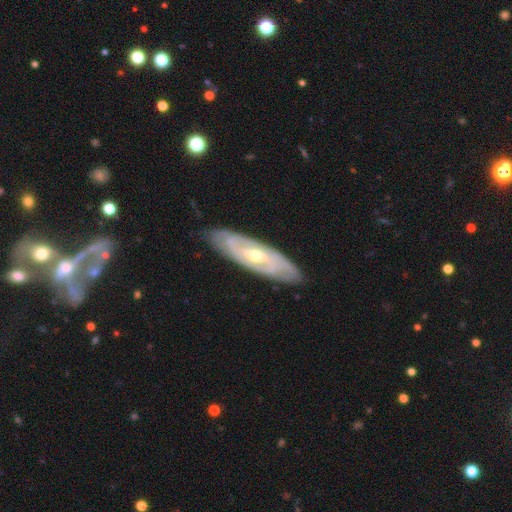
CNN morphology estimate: This is likely a featured or disk galaxy (80%). It is clearly not viewed edge-on (81%). Bar: possibly no (47%). Spiral arm pattern: clearly yes (87%). Spiral arm count: marginally can't tell (43%). Spiral winding: likely tight (64%). Central bulge: possibly moderate (57%). Merging: clearly none (82%).